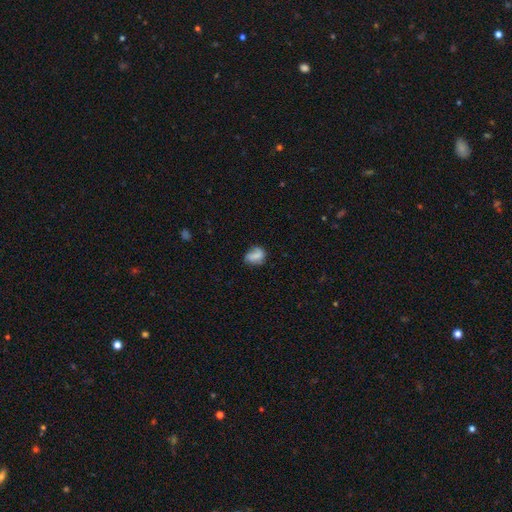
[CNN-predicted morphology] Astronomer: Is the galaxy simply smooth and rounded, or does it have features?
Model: smooth — 62%.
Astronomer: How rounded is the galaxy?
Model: in between — 62%.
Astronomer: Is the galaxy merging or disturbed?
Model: none — 54% (runner-up: minor disturbance, 30%).